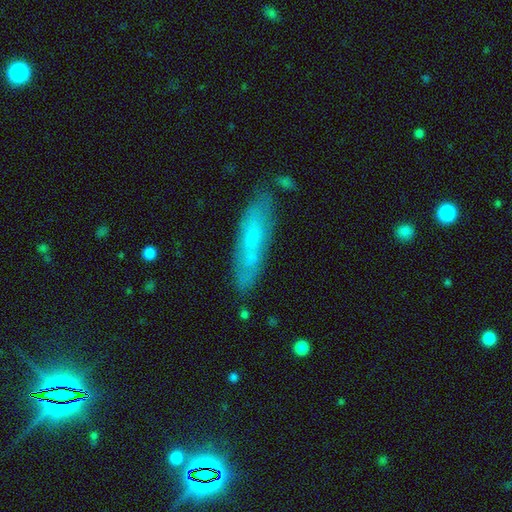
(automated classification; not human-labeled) smooth-or-featured: featured or disk: 43% | smooth: 39% | star or artifact: 17%
  merging: none: 79% | minor disturbance: 15% | major disturbance: 4% | merger: 2%